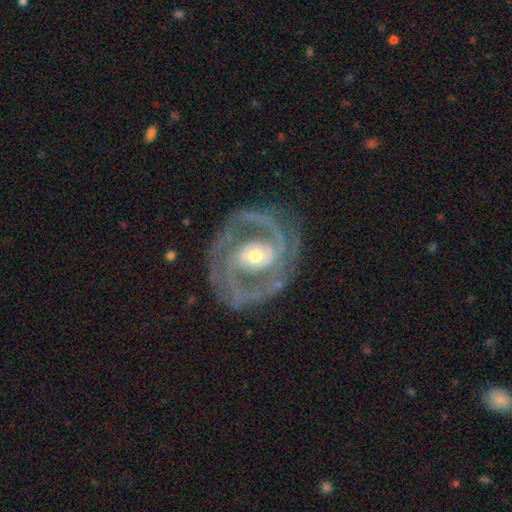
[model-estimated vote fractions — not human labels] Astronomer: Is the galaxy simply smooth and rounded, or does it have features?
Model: featured or disk — 91%.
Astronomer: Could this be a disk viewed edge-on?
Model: no — 97%.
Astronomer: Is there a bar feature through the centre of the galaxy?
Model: no — 52% (runner-up: weak, 31%).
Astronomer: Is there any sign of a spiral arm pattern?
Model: yes — 96%.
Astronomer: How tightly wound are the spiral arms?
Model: tight — 52% (runner-up: medium, 39%).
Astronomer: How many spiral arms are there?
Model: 2 — 71%.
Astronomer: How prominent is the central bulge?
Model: moderate — 57% (runner-up: small, 34%).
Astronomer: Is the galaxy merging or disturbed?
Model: none — 78%.